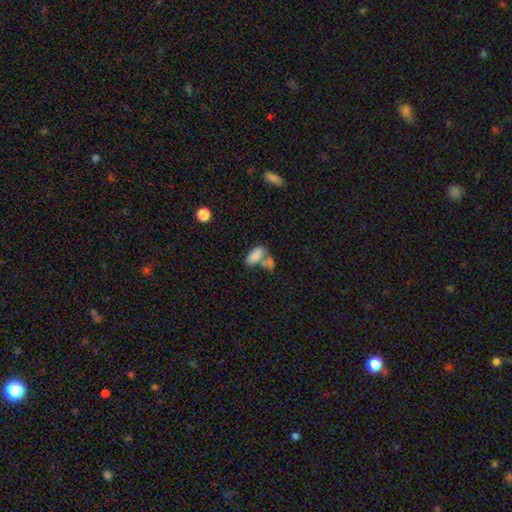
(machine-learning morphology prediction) Overall: smooth (81%). How rounded: in between (91%). Merging: merger (55%; none 28%).